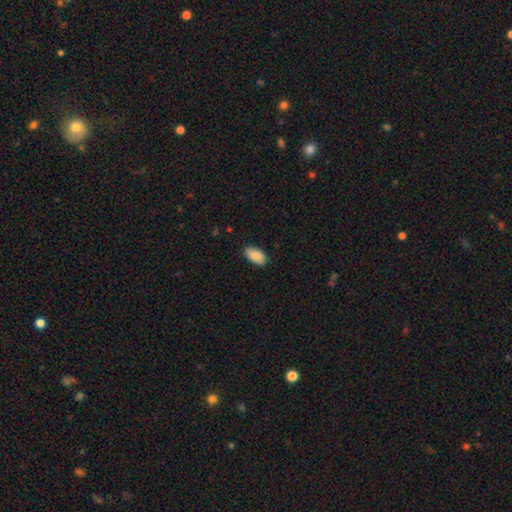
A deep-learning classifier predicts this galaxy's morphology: Smooth or featured? smooth (88%)
How rounded? in between (94%)
Merging? none (87%)